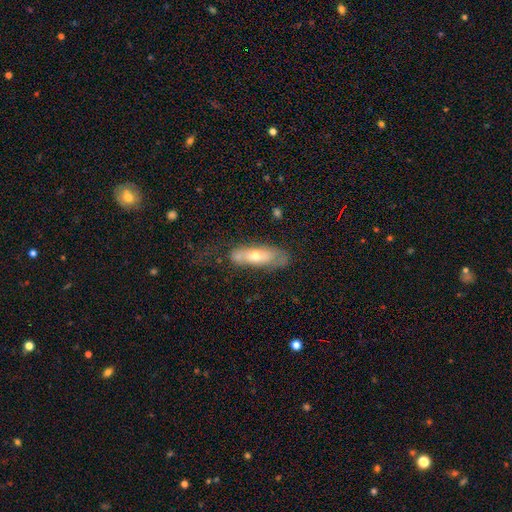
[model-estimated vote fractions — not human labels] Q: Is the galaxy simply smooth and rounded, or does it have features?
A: featured or disk — 53%.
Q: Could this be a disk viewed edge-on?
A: no — 68%.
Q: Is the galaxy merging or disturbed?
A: none — 57%.